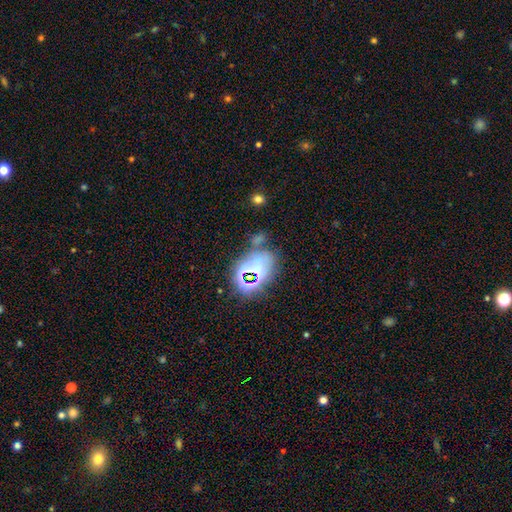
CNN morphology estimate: This is possibly a star or artifact rather than a galaxy (54%).